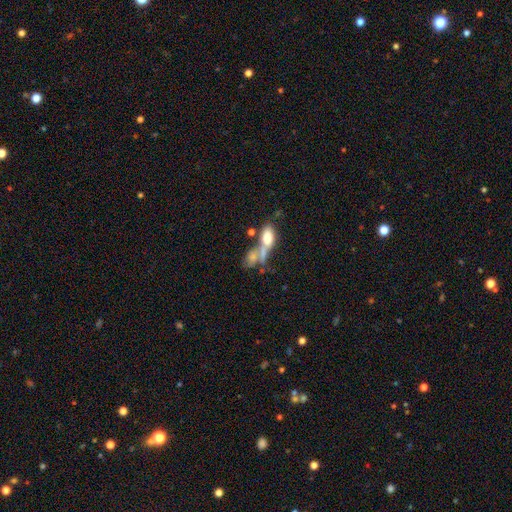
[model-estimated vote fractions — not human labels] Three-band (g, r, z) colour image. It shows a smooth galaxy with no disk features (64%) that is in between round and cigar-shaped (71%). Merging: merger (54%).